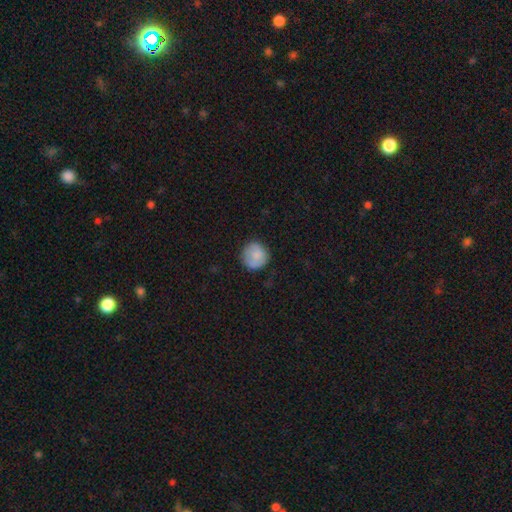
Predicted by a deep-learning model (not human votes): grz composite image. It shows a smooth galaxy with no disk features (83%) that is round (93%). Merging: none (79%).